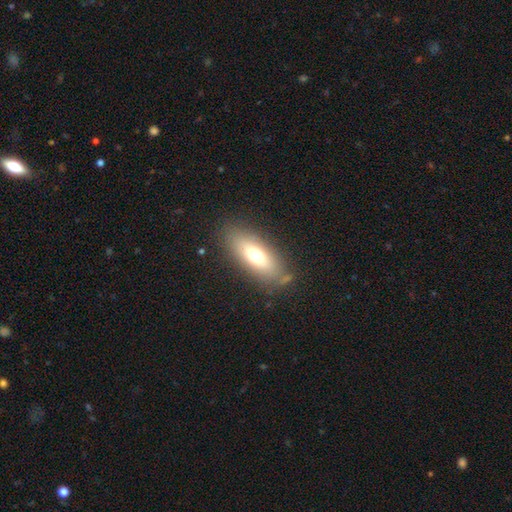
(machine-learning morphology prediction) Overall: smooth (66%). How rounded: in between (72%). Merging: none (80%).